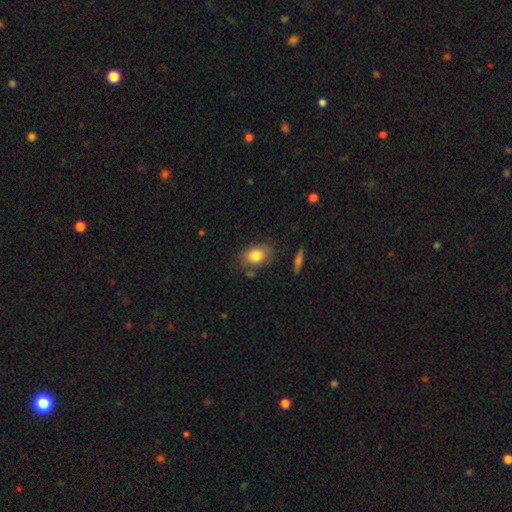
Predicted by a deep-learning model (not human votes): The model was most divided on "how rounded": in between: 77%, round: 22%, cigar-shaped: 2%. More confident: smooth or featured — smooth (82%); merging — none (75%).